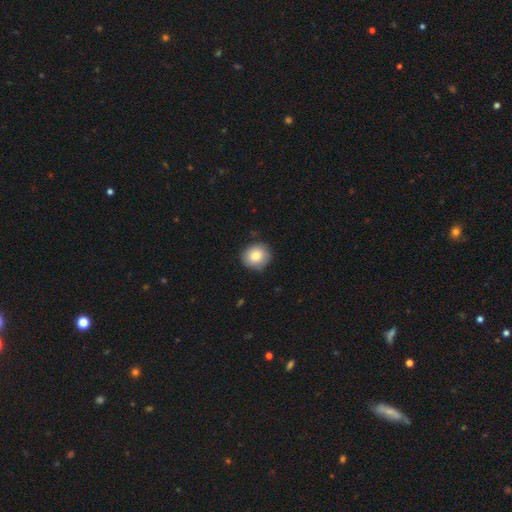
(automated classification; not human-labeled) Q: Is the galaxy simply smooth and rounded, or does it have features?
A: smooth — 83%.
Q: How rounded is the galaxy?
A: round — 89%.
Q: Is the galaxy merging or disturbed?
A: none — 87%.